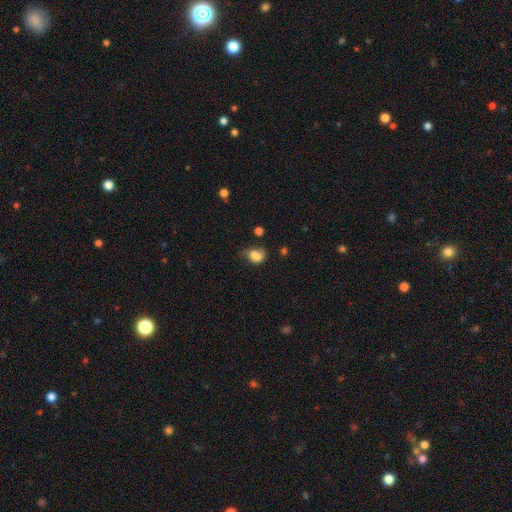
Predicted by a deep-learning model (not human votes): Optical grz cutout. It shows a smooth galaxy with no disk features (81%) that is in between round and cigar-shaped (61%). Merging: none (44%).